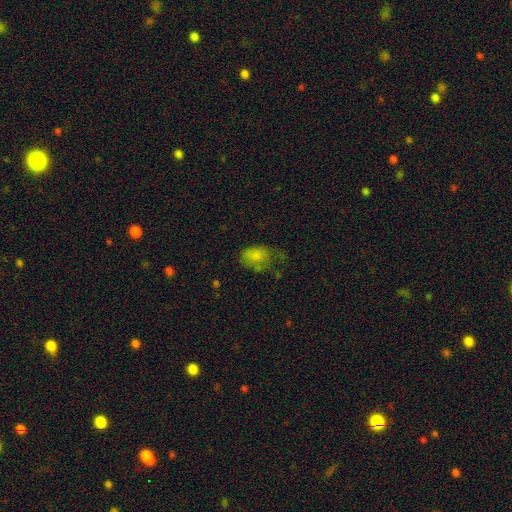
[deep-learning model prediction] A smooth galaxy with no disk features (76%) that is in between round and cigar-shaped (78%). Merging: none (39%).